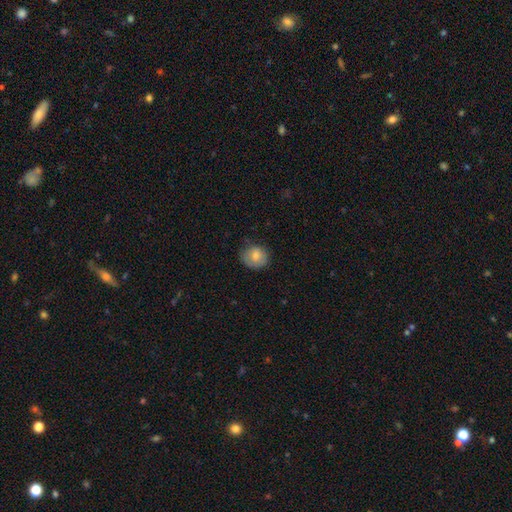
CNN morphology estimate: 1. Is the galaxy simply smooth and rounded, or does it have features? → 77% smooth, 16% featured or disk, 8% star or artifact.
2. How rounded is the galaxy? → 75% round, 25% in between, 1% cigar-shaped.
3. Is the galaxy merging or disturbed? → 68% none, 24% minor disturbance, 6% major disturbance, 1% merger.